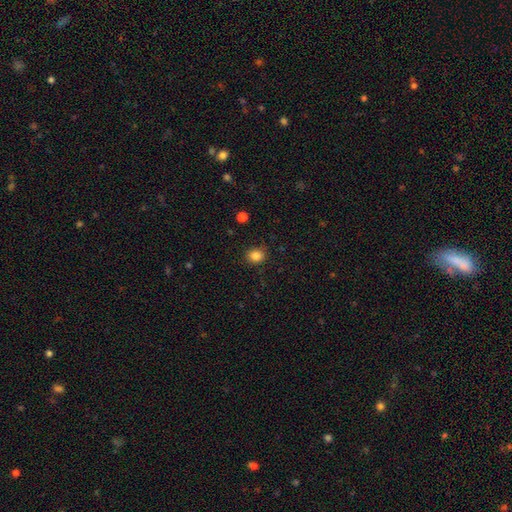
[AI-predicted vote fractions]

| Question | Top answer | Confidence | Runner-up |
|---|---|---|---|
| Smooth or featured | smooth | 85% | star or artifact (11%) |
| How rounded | round | 71% | in between (28%) |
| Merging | none | 86% | minor disturbance (10%) |